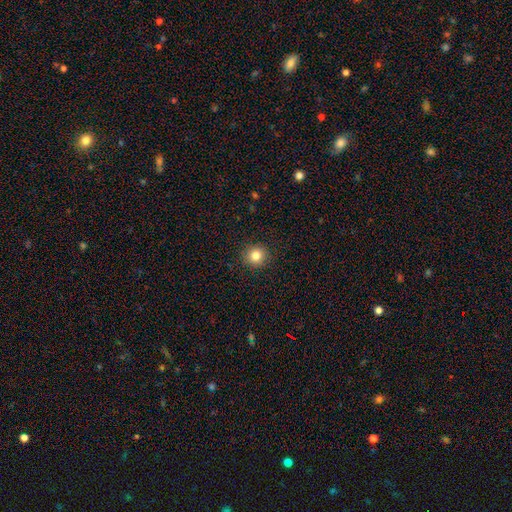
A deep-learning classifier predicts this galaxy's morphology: type=smooth (82%); roundness=round (93%); merging=none (92%).